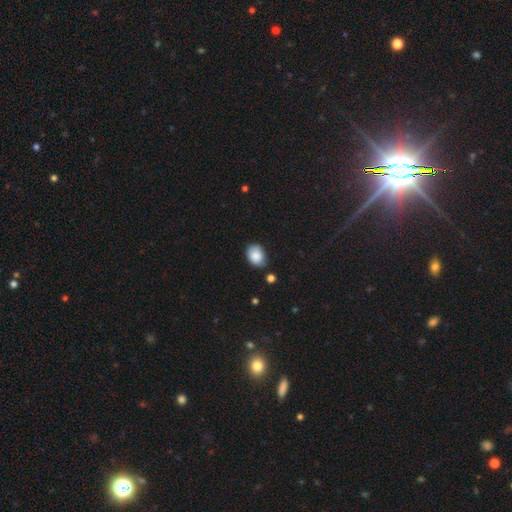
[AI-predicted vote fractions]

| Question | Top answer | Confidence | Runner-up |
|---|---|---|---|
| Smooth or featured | smooth | 86% | star or artifact (7%) |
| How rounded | in between | 76% | round (23%) |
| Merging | none | 74% | minor disturbance (19%) |